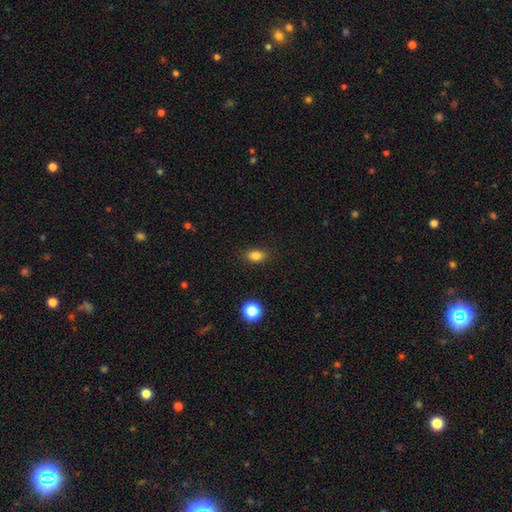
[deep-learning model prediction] Smooth or featured? smooth (83%)
How rounded? in between (80%)
Merging? none (87%)